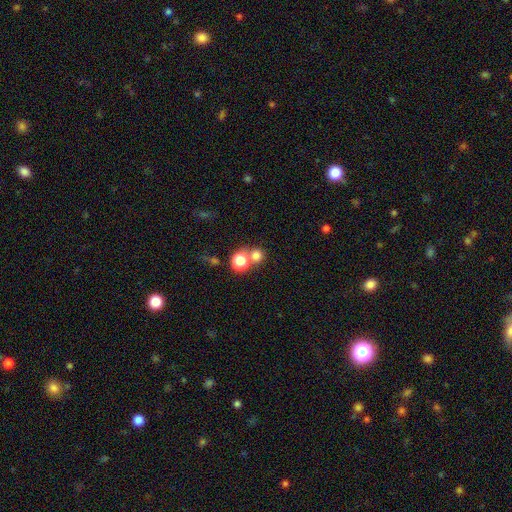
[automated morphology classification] The model was most divided on "merging": none: 56%, merger: 34%, minor disturbance: 6%, major disturbance: 3%. More confident: how rounded — round (87%); smooth or featured — smooth (76%).